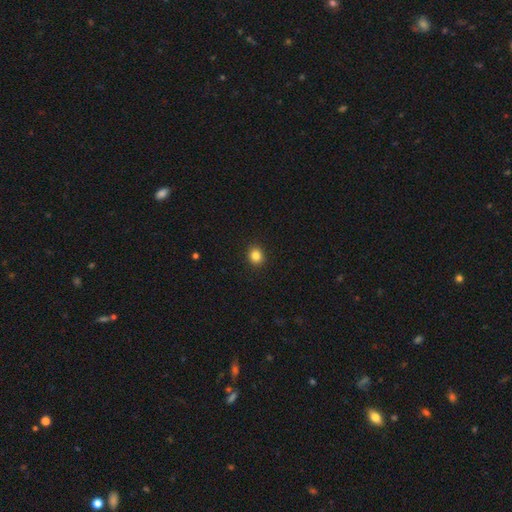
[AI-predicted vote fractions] smooth_or_featured: smooth (p=0.84) [alt: star or artifact p=0.11]
how_rounded: round (p=0.76) [alt: in between p=0.23]
merging: none (p=0.92) [alt: minor disturbance p=0.05]